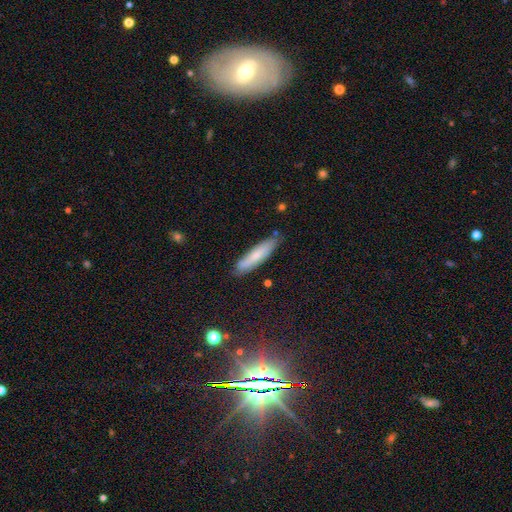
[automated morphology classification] smooth_or_featured: smooth (p=0.65) [alt: featured or disk p=0.28]
how_rounded: cigar-shaped (p=0.79) [alt: in between p=0.19]
merging: none (p=0.82) [alt: minor disturbance p=0.13]